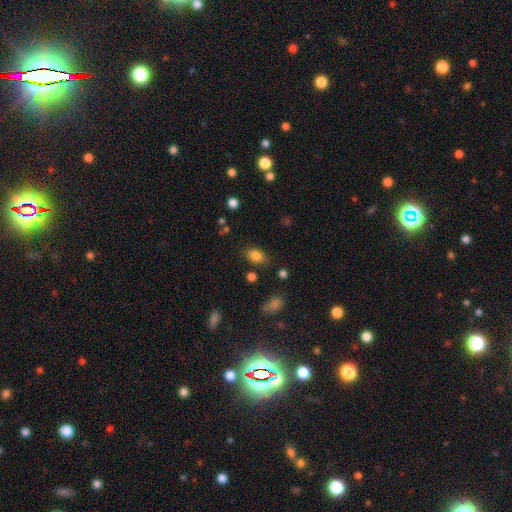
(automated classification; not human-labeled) Q: Smooth or featured?
A: smooth (83%); runner-up: star or artifact (11%)
Q: How rounded?
A: in between (78%); runner-up: round (21%)
Q: Merging?
A: none (78%); runner-up: minor disturbance (14%)